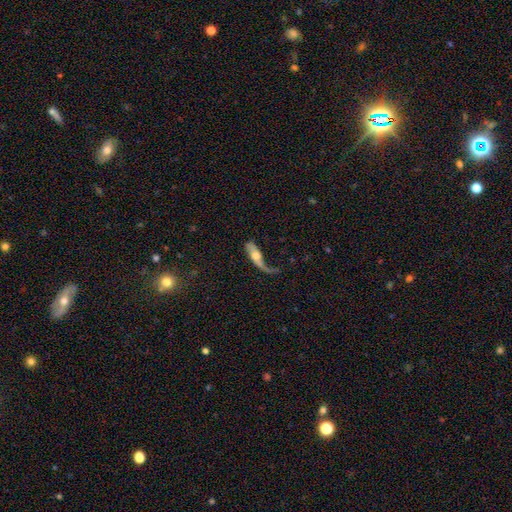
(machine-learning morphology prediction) Smooth or featured: featured or disk — 58% (smooth — 36%)
Edge-on disk: no — 71% (yes — 29%)
Merging: major disturbance — 43% (none — 29%)